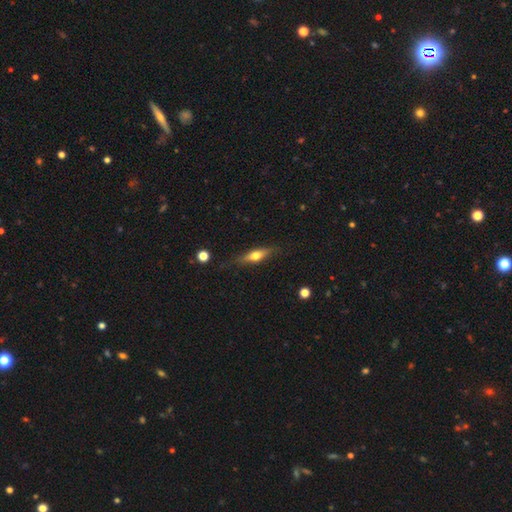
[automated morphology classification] A featured or disk galaxy (51%) viewed edge-on (91%). Merging: none (80%).